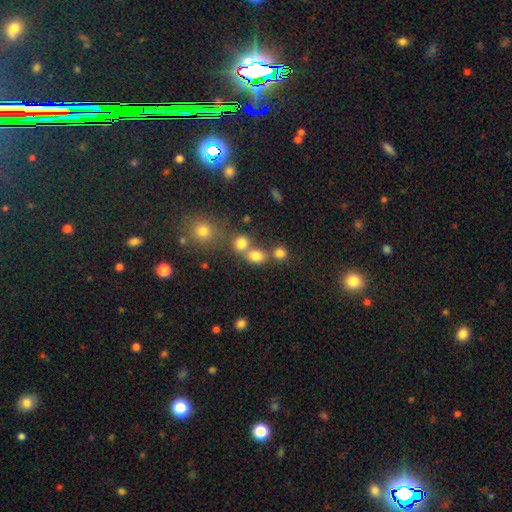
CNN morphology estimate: This is likely a smooth galaxy (77%). How rounded: likely round (64%). Merging: possibly none (49%).